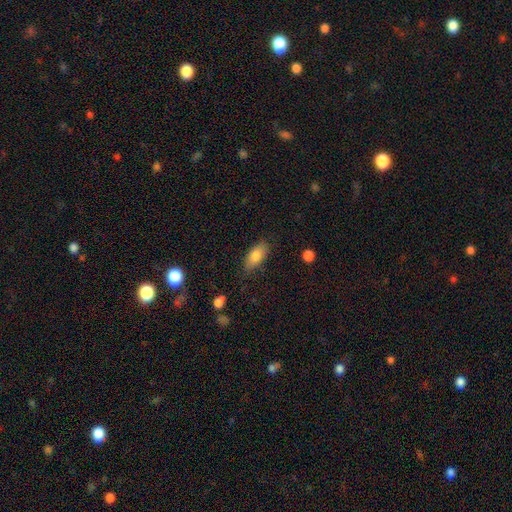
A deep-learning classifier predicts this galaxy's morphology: smooth 80%, featured or disk 13%, star or artifact 7%. Down the decision tree: how rounded — in between (85%); merging — none (77%).